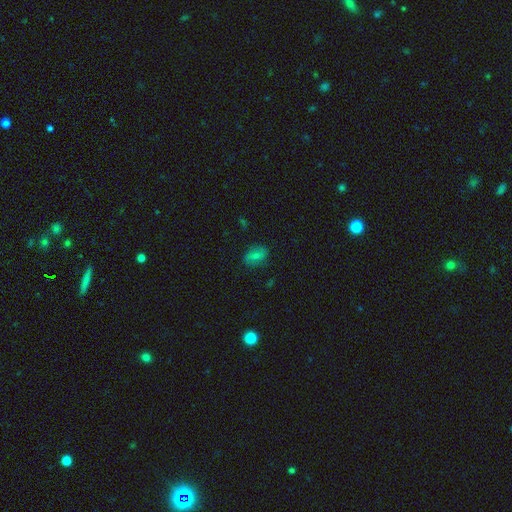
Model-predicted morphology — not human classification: Smooth or featured? Predicted: smooth (p=0.67). How rounded? Predicted: in between (p=0.80). Merging? Predicted: none (p=0.79).